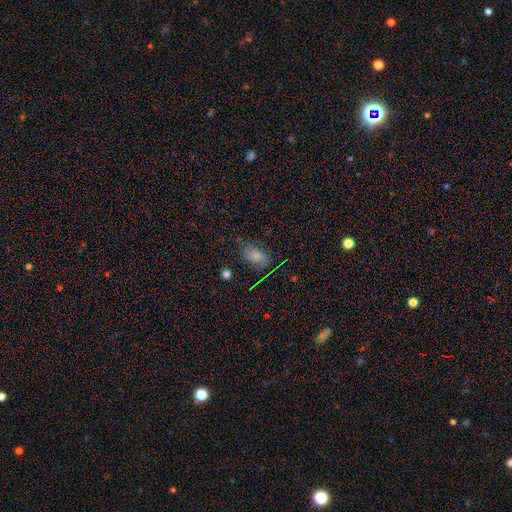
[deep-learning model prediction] This is likely a smooth galaxy (65%). How rounded: clearly in between (83%). Merging: likely none (65%).